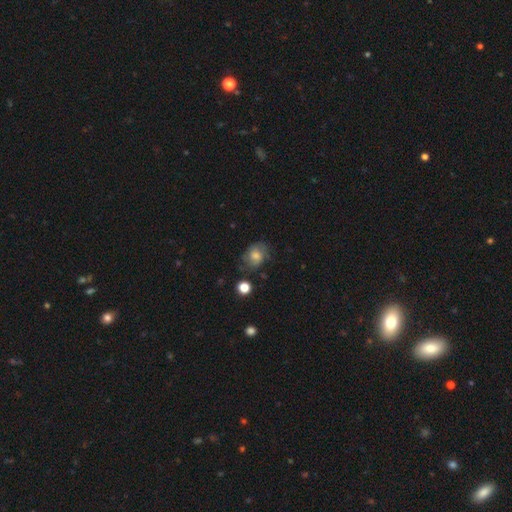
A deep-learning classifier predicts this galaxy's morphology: Q: Smooth or featured?
A: smooth (59%); runner-up: featured or disk (31%)
Q: How rounded?
A: in between (51%); runner-up: round (48%)
Q: Merging?
A: none (59%); runner-up: minor disturbance (26%)